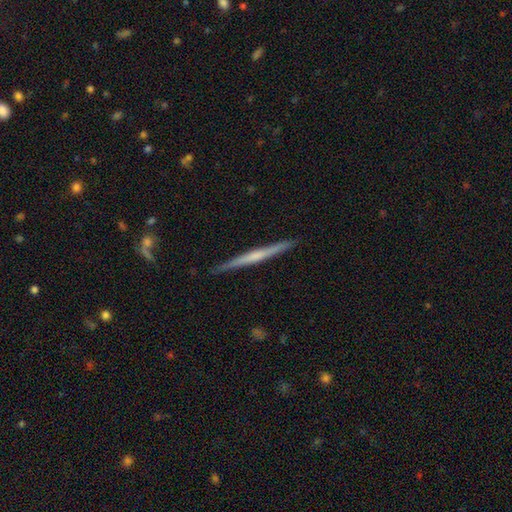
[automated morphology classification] Smooth or featured? Predicted: featured or disk (p=0.63). Edge-on disk? Predicted: yes (p=0.98). Edge-on bulge? Predicted: none (p=0.58). Merging? Predicted: none (p=0.90).